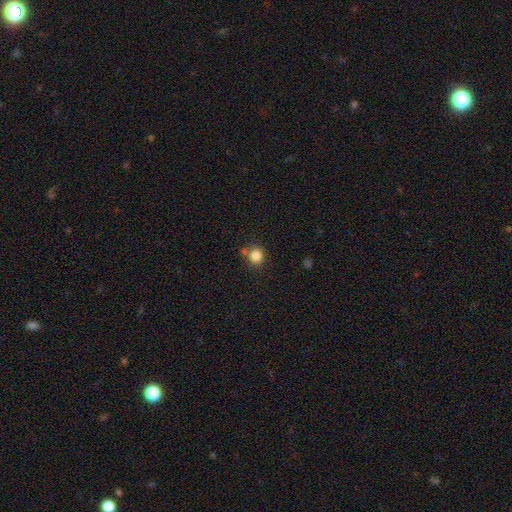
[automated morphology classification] A smooth galaxy with no disk features (84%) that is round (84%). Merging: none (73%).